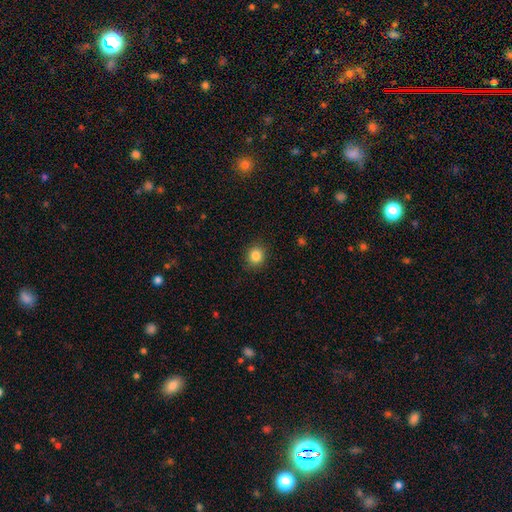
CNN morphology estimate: The model was most divided on "how rounded": round: 81%, in between: 18%, cigar-shaped: 1%. More confident: merging — none (89%); smooth or featured — smooth (85%).